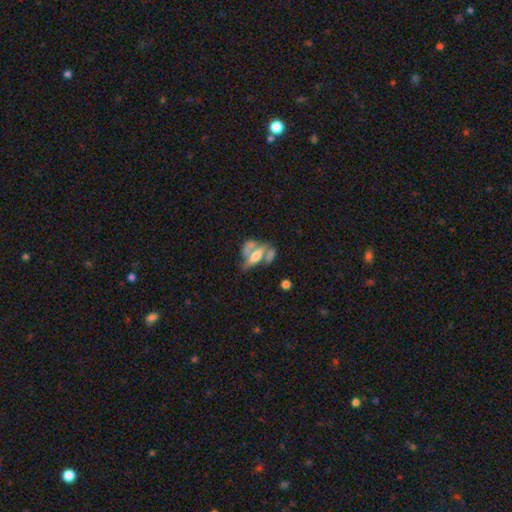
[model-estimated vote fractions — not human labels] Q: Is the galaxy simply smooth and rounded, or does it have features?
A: featured or disk — 53%.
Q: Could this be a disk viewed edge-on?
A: no — 74%.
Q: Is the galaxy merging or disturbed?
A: merger — 45%.